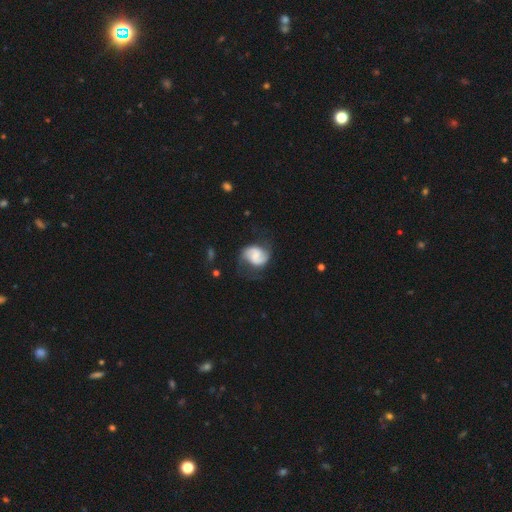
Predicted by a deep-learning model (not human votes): Overall: featured or disk (67%). Edge-on disk: no (98%). Bar: weak (45%; no 39%). Spiral arms: yes (91%). Spiral arm count: 2 (85%). Spiral winding: medium (45%; loose 34%). Bulge size: small (33%; moderate 28%). Merging: none (57%; minor disturbance 24%).